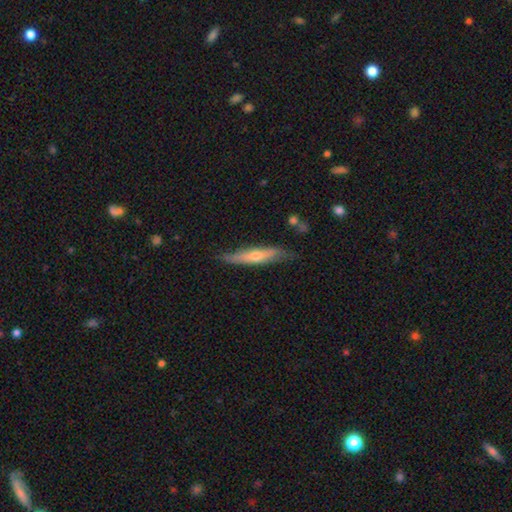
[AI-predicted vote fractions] Smooth or featured: featured or disk — 51% (smooth — 43%)
Edge-on disk: yes — 87% (no — 13%)
Merging: none — 77% (minor disturbance — 18%)